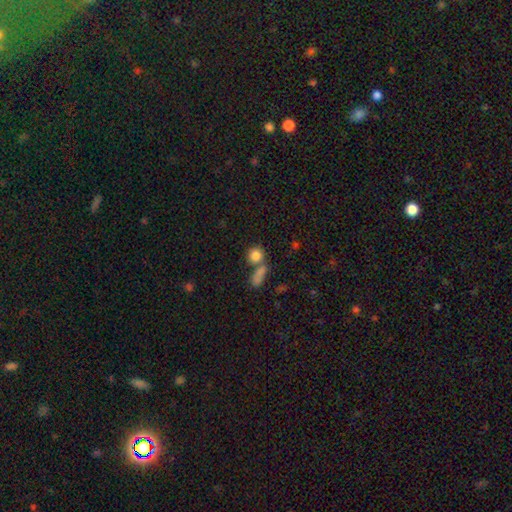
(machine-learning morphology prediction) Smooth or featured: smooth — 82% (star or artifact — 10%)
How rounded: round — 81% (in between — 16%)
Merging: none — 53% (merger — 32%)